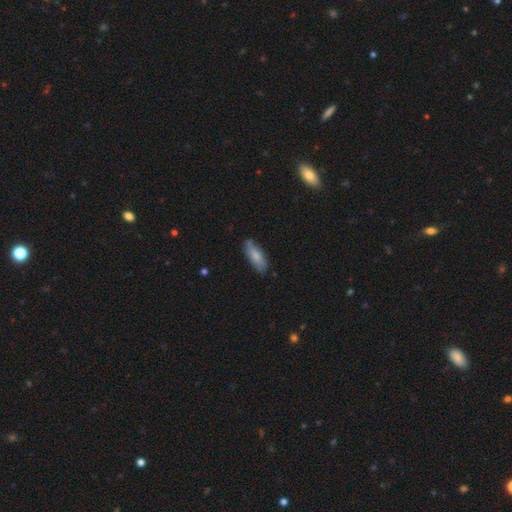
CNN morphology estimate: Q: Smooth or featured?
A: smooth (73%); runner-up: featured or disk (22%)
Q: How rounded?
A: in between (70%); runner-up: cigar-shaped (28%)
Q: Merging?
A: none (74%); runner-up: minor disturbance (21%)